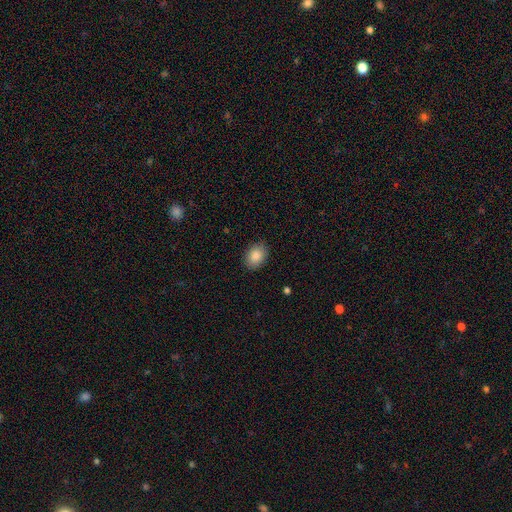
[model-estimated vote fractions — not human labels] A smooth galaxy with no disk features (88%) that is in between round and cigar-shaped (76%).

Vote fractions:
- Smooth or featured? smooth: 88% / star or artifact: 7% / featured or disk: 5%
- How rounded? in between: 76% / round: 23% / cigar-shaped: 1%
- Merging? none: 89% / minor disturbance: 8% / major disturbance: 2% / merger: 1%